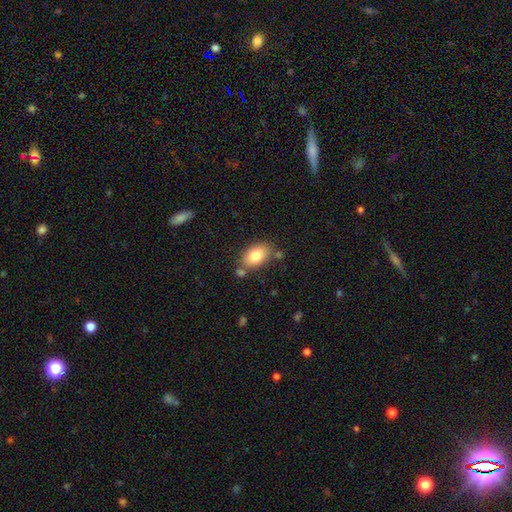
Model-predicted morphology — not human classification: A smooth galaxy with no disk features (80%) that is in between round and cigar-shaped (88%).

Vote fractions:
- Smooth or featured? smooth: 80% / featured or disk: 12% / star or artifact: 8%
- How rounded? in between: 88% / round: 11% / cigar-shaped: 2%
- Merging? none: 73% / minor disturbance: 14% / merger: 9% / major disturbance: 4%